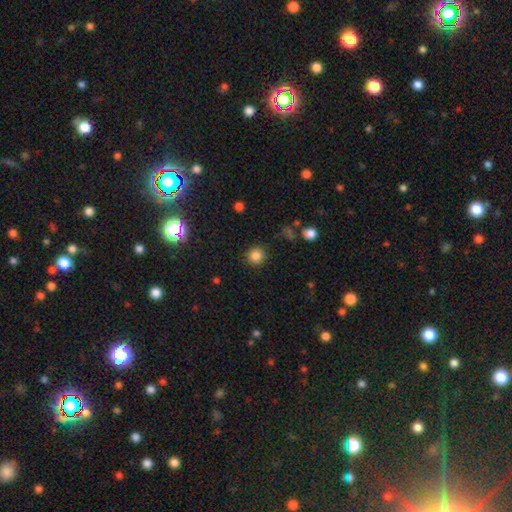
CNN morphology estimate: Smooth or featured? Predicted: smooth (p=0.83). How rounded? Predicted: round (p=0.93). Merging? Predicted: none (p=0.89).